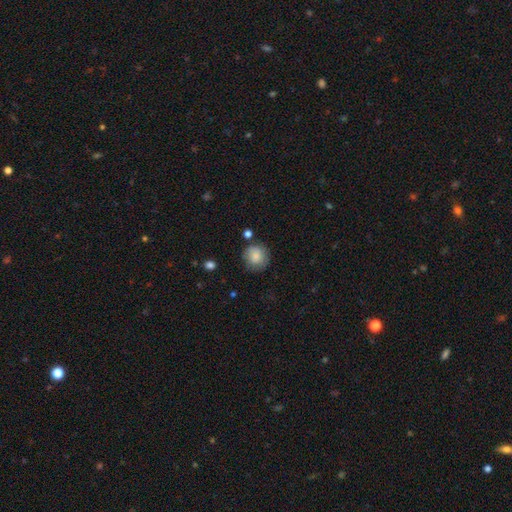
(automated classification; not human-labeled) Q: Smooth or featured?
A: smooth (83%); runner-up: featured or disk (10%)
Q: How rounded?
A: round (89%); runner-up: in between (10%)
Q: Merging?
A: none (75%); runner-up: minor disturbance (17%)